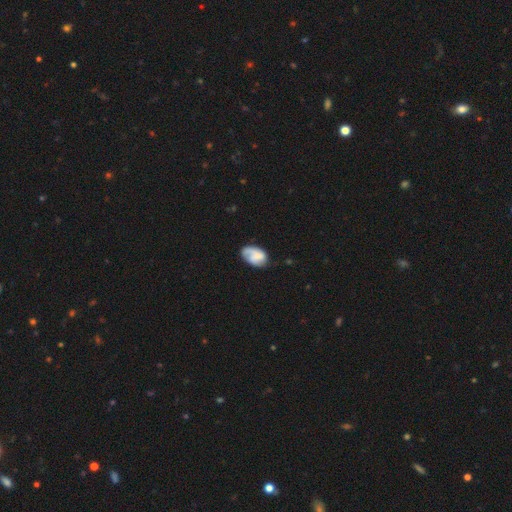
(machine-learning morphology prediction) Smooth or featured?
  - smooth: 54% *
  - featured or disk: 39%
  - star or artifact: 7%
How rounded?
  - in between: 87% *
  - round: 11%
  - cigar-shaped: 1%
Merging?
  - none: 53% *
  - minor disturbance: 30%
  - major disturbance: 13%
  - merger: 3%